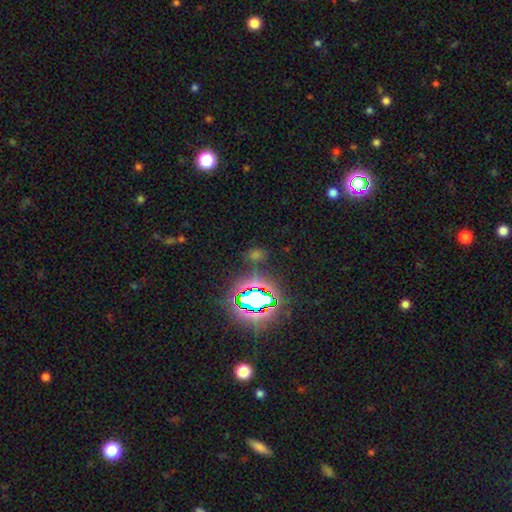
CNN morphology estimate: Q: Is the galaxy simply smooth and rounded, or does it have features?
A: star or artifact — 65%.